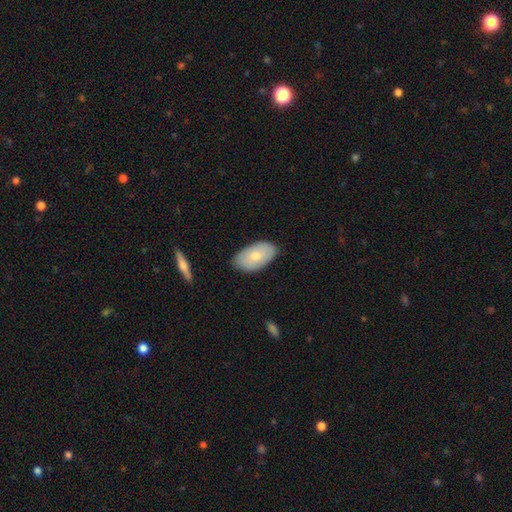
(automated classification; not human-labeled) A smooth galaxy with no disk features (73%) that is in between round and cigar-shaped (94%).

Vote fractions:
- Smooth or featured? smooth: 73% / featured or disk: 22% / star or artifact: 6%
- How rounded? in between: 94% / round: 4% / cigar-shaped: 2%
- Merging? none: 83% / minor disturbance: 14% / major disturbance: 2% / merger: 1%